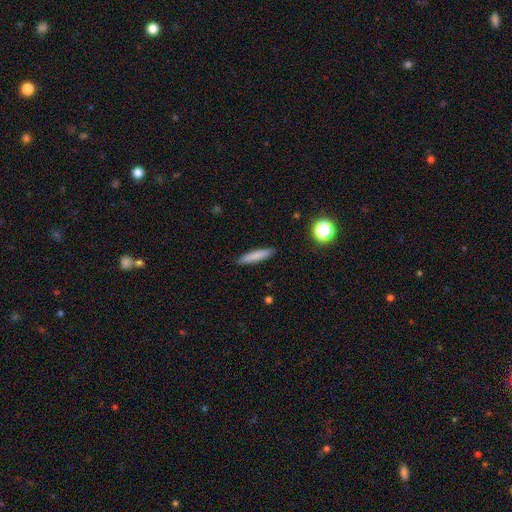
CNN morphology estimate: Smooth or featured? smooth (82%)
How rounded? cigar-shaped (88%)
Merging? none (90%)